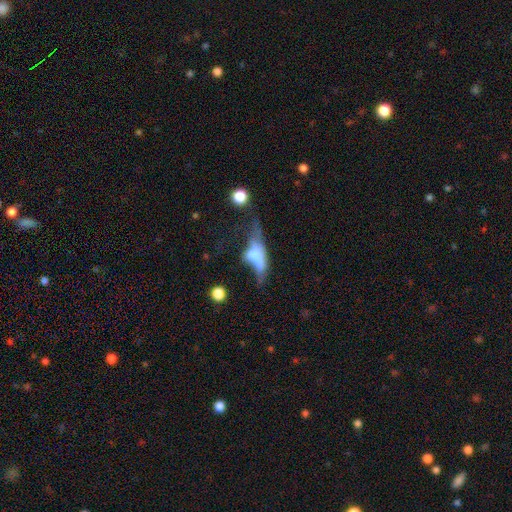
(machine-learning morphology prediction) smooth-or-featured: featured or disk: 48% | smooth: 41% | star or artifact: 11%
  merging: major disturbance: 45% | none: 18% | merger: 18% | minor disturbance: 18%